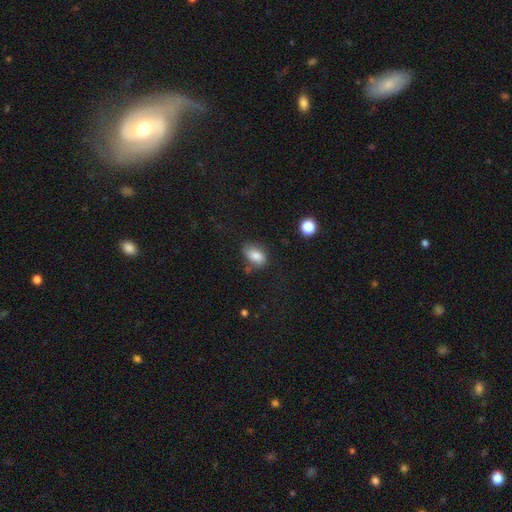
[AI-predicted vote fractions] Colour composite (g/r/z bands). It shows a smooth galaxy with no disk features (84%) that is in between round and cigar-shaped (87%). Merging: none (68%).